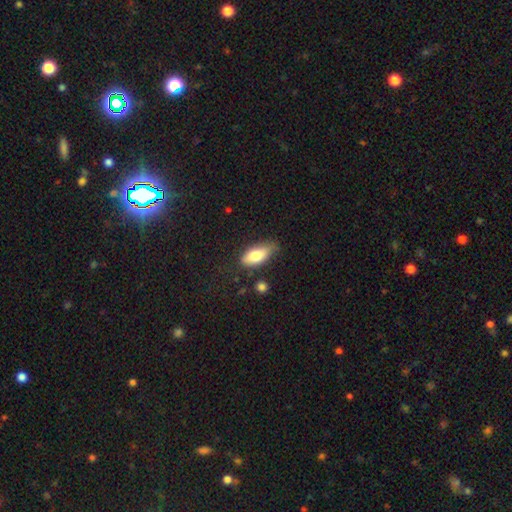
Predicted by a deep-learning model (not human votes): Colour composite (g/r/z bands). It shows a smooth galaxy with no disk features (76%) that is in between round and cigar-shaped (82%). Merging: none (61%).